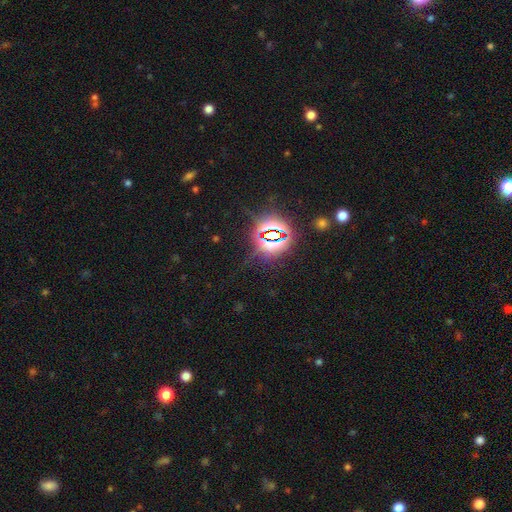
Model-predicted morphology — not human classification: Overall: star or artifact (77%).